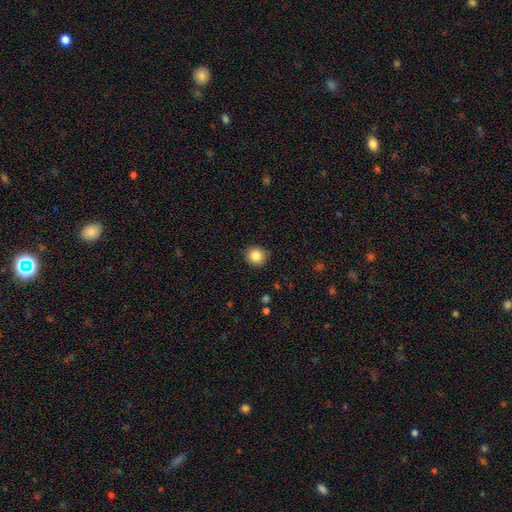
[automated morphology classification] A smooth galaxy with no disk features (85%) that is round (91%).

Vote fractions:
- Smooth or featured? smooth: 85% / star or artifact: 9% / featured or disk: 5%
- How rounded? round: 91% / in between: 8% / cigar-shaped: 1%
- Merging? none: 89% / minor disturbance: 8% / major disturbance: 2% / merger: 1%